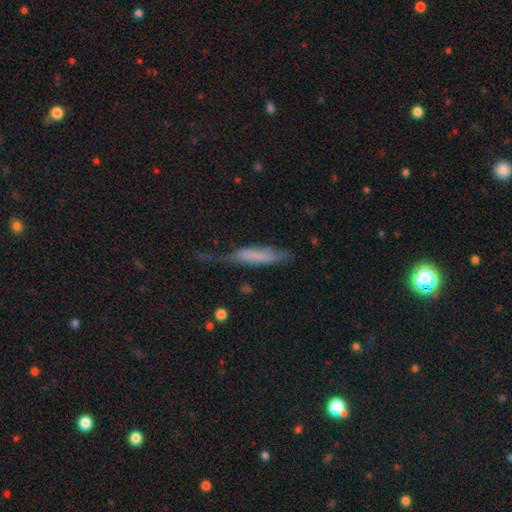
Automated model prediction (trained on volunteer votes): A smooth galaxy with no disk features (58%) that is cigar-shaped (82%).

Vote fractions:
- Smooth or featured? smooth: 58% / featured or disk: 34% / star or artifact: 8%
- How rounded? cigar-shaped: 82% / in between: 16% / round: 2%
- Merging? none: 39% / minor disturbance: 31% / major disturbance: 26% / merger: 4%